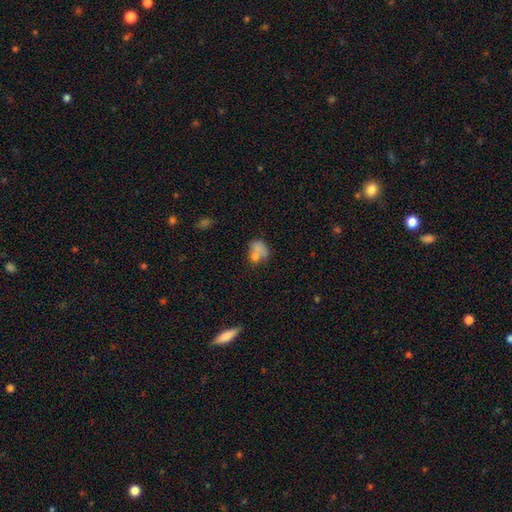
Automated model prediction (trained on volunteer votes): Smooth or featured? smooth (70%)
How rounded? round (51%)
Merging? merger (43%)